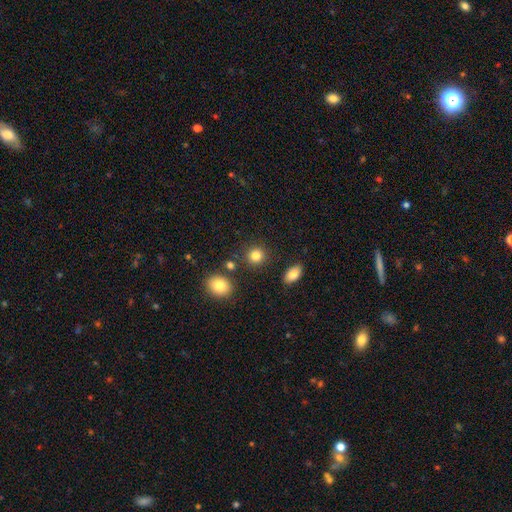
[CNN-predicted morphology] smooth 84%, star or artifact 11%, featured or disk 6%. Down the decision tree: how rounded — round (86%); merging — none (86%).